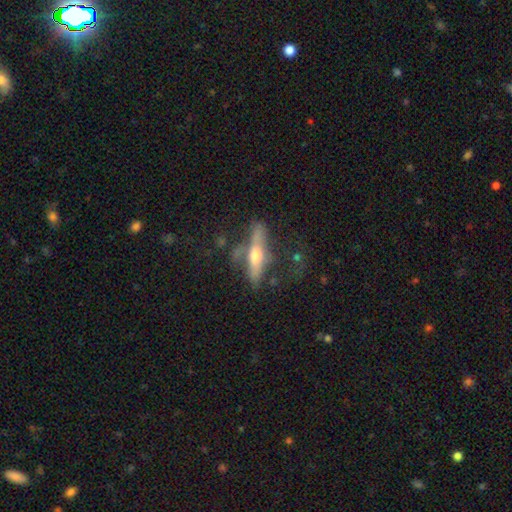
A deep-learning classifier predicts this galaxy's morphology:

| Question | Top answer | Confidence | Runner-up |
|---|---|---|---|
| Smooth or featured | featured or disk | 59% | smooth (33%) |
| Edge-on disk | yes | 84% | no (16%) |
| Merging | none | 54% | minor disturbance (22%) |